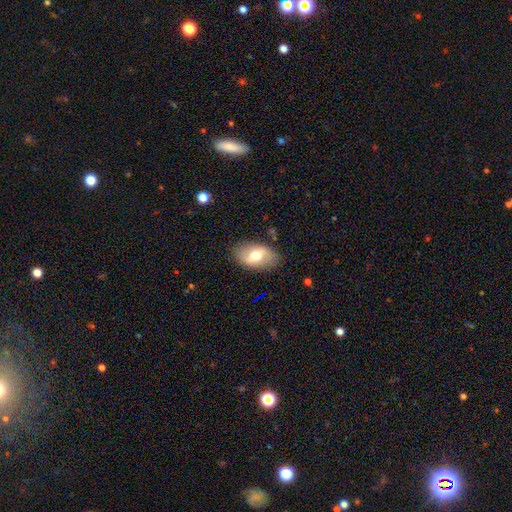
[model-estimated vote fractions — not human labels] Morphology: type=smooth (54%); roundness=in between (88%); merging=none (83%).